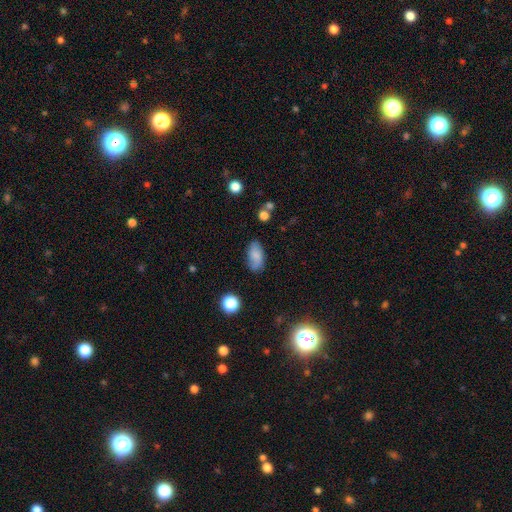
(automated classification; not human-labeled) Smooth or featured?
  - smooth: 79% *
  - featured or disk: 12%
  - star or artifact: 9%
How rounded?
  - in between: 91% *
  - cigar-shaped: 5%
  - round: 4%
Merging?
  - none: 76% *
  - minor disturbance: 17%
  - major disturbance: 4%
  - merger: 2%